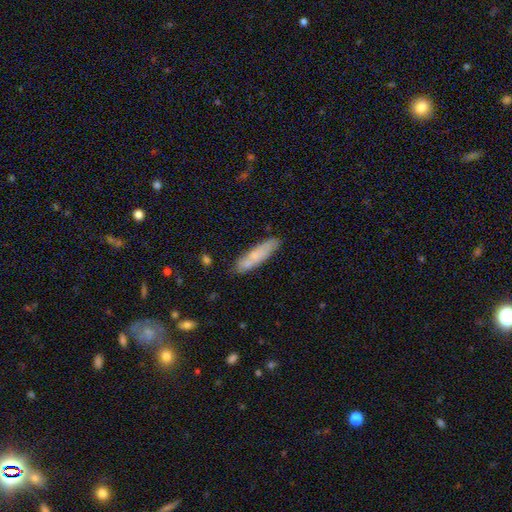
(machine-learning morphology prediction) smooth-or-featured: smooth: 69% | featured or disk: 25% | star or artifact: 7%
  how-rounded: cigar-shaped: 76% | in between: 22% | round: 2%
  merging: none: 78% | minor disturbance: 15% | merger: 4% | major disturbance: 3%